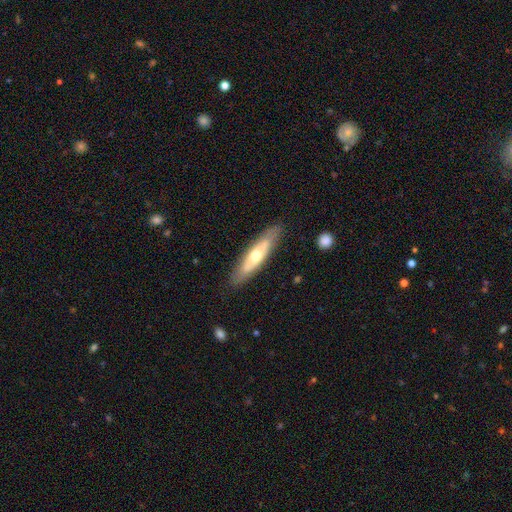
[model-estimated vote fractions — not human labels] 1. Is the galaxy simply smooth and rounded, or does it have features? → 52% featured or disk, 43% smooth, 5% star or artifact.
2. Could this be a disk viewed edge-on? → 55% yes, 45% no.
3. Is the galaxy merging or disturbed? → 84% none, 12% minor disturbance, 3% major disturbance, 2% merger.